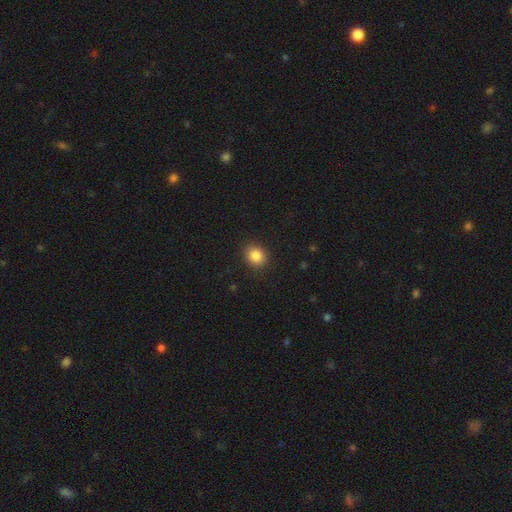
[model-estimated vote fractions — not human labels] Overall: smooth (85%). How rounded: round (74%). Merging: none (90%).